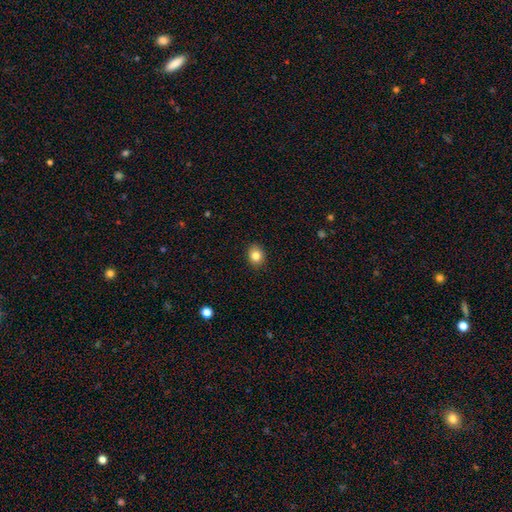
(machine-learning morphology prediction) Overall: smooth (82%). How rounded: round (59%; in between 41%). Merging: none (90%).